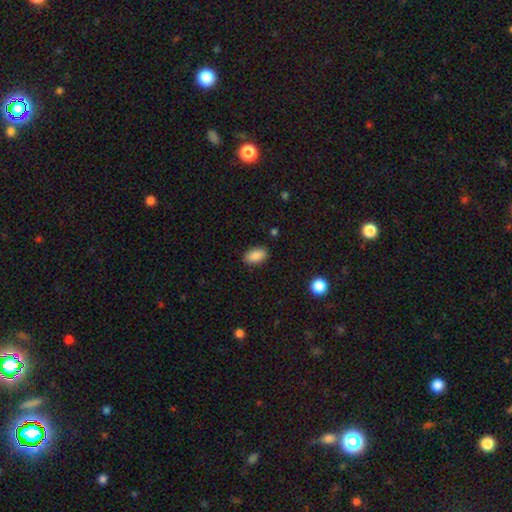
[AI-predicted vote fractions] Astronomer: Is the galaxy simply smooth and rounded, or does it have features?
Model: smooth — 86%.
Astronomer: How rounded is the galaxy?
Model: in between — 92%.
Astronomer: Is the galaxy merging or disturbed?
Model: none — 87%.